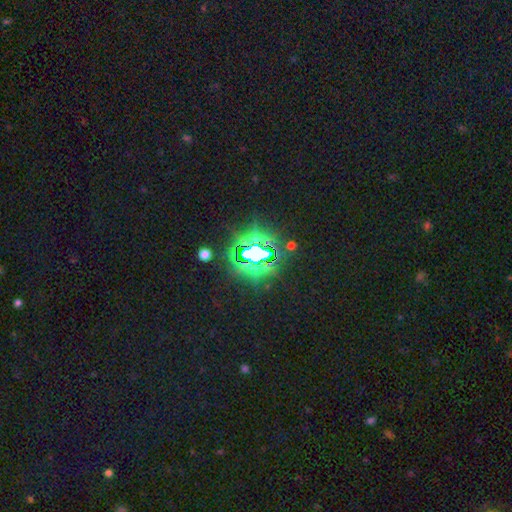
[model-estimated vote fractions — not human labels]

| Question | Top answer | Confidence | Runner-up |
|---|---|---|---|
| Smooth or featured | star or artifact | 80% | smooth (10%) |